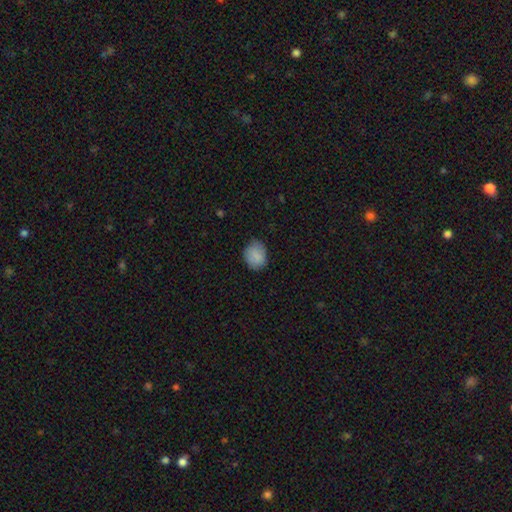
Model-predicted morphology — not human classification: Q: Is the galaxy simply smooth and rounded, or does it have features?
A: smooth — 86%.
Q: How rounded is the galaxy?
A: in between — 50%.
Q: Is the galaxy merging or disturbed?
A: none — 76%.